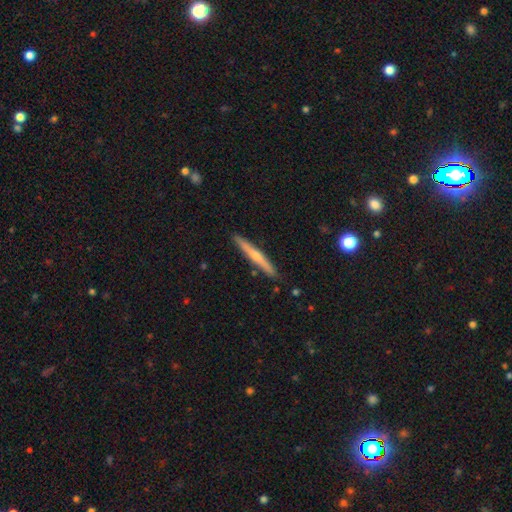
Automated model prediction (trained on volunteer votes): Overall: featured or disk (60%; smooth 29%). Edge-on disk: yes (95%). Edge-on bulge: rounded (73%). Merging: none (87%).